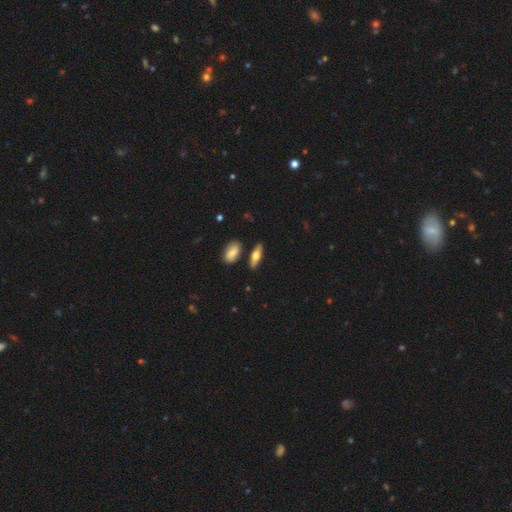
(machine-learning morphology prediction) A smooth galaxy with no disk features (56%) that is in between round and cigar-shaped (57%). Merging: none (83%).